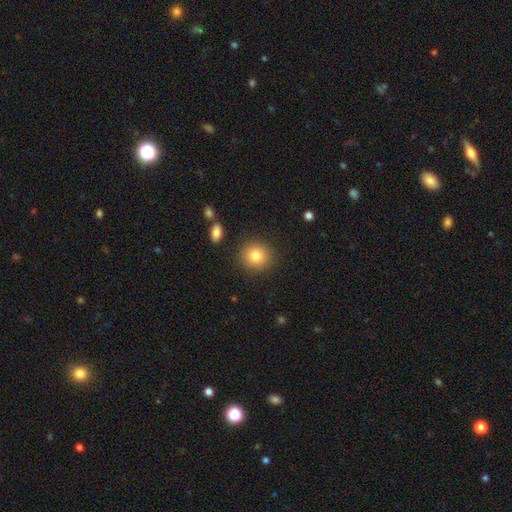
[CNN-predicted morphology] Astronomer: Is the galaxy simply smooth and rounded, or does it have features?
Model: smooth — 82%.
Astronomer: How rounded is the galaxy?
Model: round — 89%.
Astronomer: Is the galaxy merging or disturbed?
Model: none — 89%.